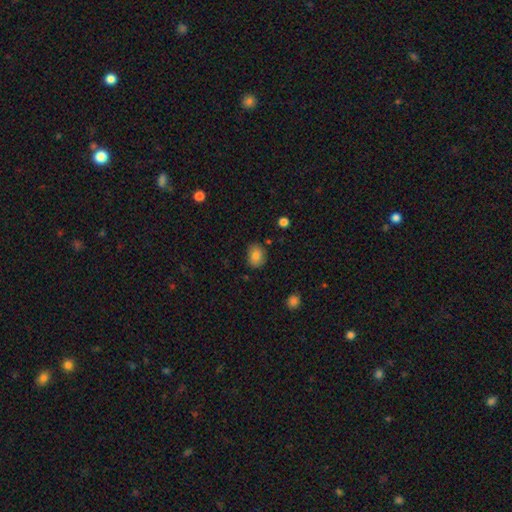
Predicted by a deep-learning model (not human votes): Smooth or featured? smooth (83%)
How rounded? in between (52%)
Merging? none (79%)